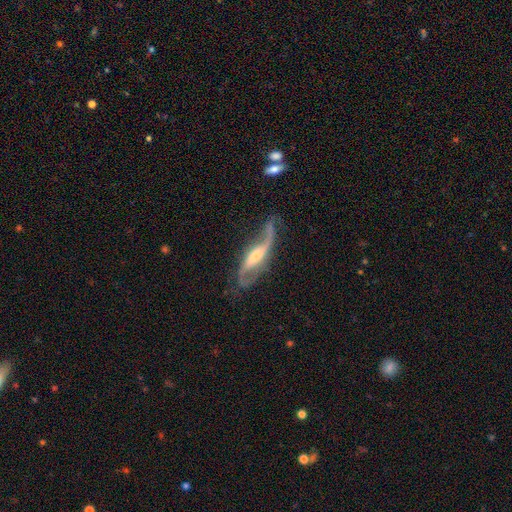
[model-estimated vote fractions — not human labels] This appears to be a featured or disk galaxy (87%) with a weak bar (39%), 2 (89%) loose (68%) spiral arms (96%) and a moderate central bulge (51%). Merging: none (62%).